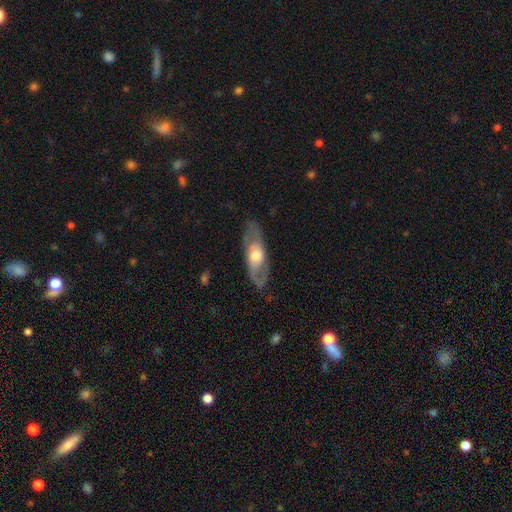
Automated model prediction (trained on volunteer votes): Smooth or featured: featured or disk — 67% (smooth — 29%)
Edge-on disk: no — 75% (yes — 25%)
Merging: none — 76% (minor disturbance — 16%)